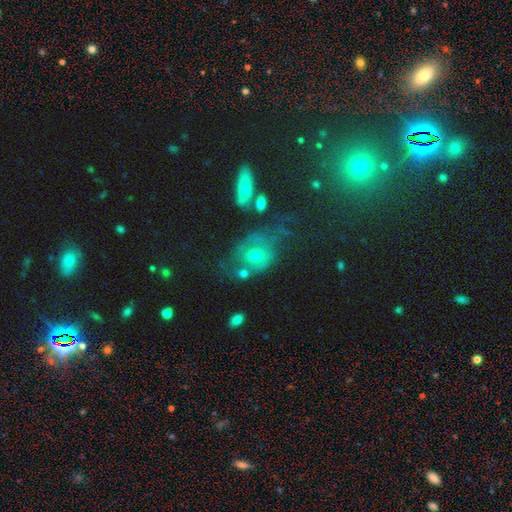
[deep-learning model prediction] Morphology: type=featured or disk (42%); merging=none (44%).